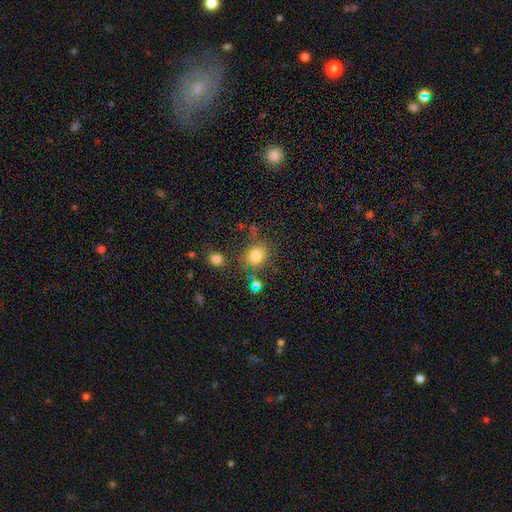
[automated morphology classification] A smooth galaxy with no disk features (80%) that is round (64%). Merging: none (72%).